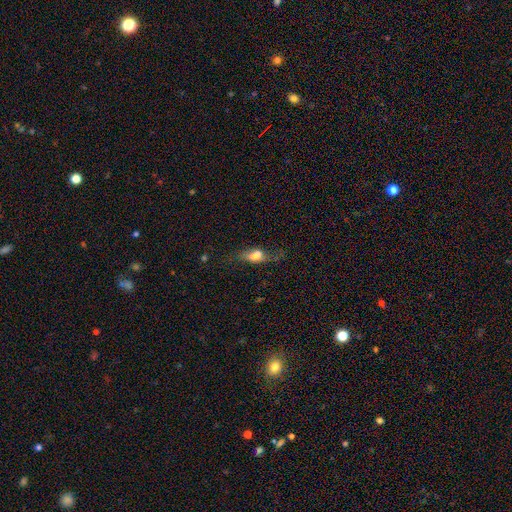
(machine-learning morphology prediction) Smooth or featured?
  - smooth: 54% *
  - featured or disk: 35%
  - star or artifact: 12%
How rounded?
  - in between: 68% *
  - cigar-shaped: 23%
  - round: 9%
Merging?
  - none: 45% *
  - minor disturbance: 23%
  - major disturbance: 18%
  - merger: 14%